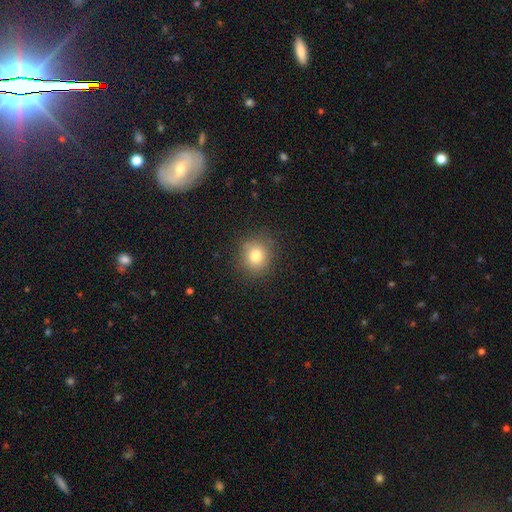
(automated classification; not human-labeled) This appears to be a smooth galaxy with no disk features (79%) that is round (86%). Merging: none (86%).